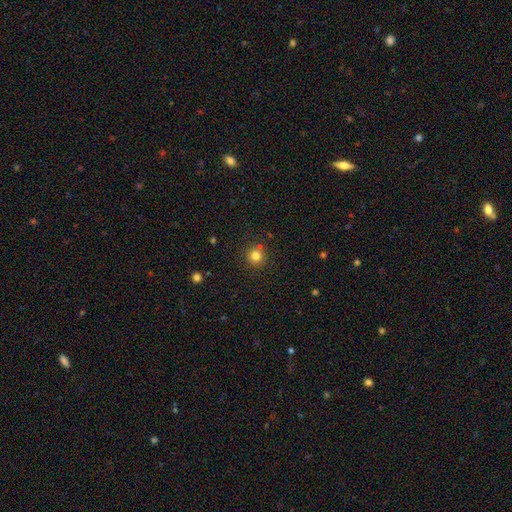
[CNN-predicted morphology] Smooth or featured? smooth (81%)
How rounded? round (93%)
Merging? none (85%)